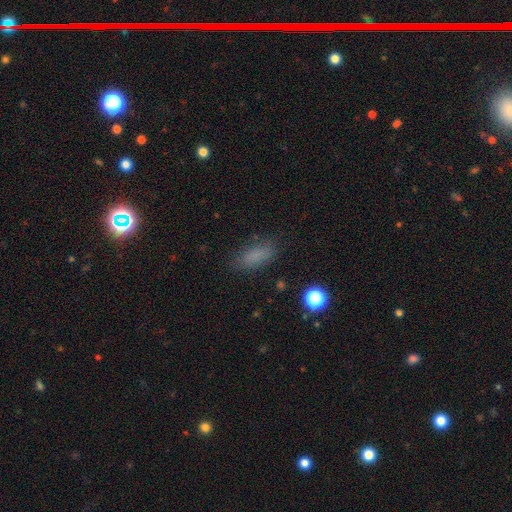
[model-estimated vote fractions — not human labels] smooth_or_featured: smooth (p=0.80) [alt: star or artifact p=0.12]
how_rounded: in between (p=0.74) [alt: cigar-shaped p=0.22]
merging: none (p=0.80) [alt: minor disturbance p=0.14]